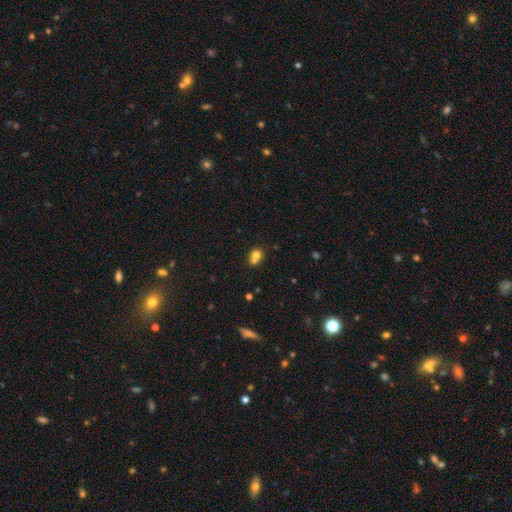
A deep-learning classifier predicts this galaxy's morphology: Smooth or featured? smooth (73%)
How rounded? round (70%)
Merging? merger (55%)